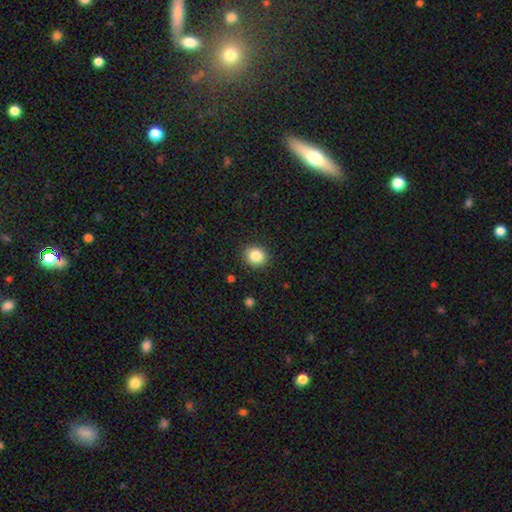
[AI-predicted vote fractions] Overall: smooth (85%). How rounded: round (81%). Merging: none (91%).